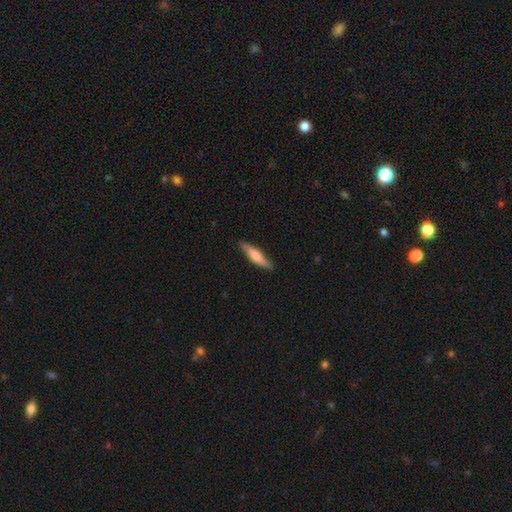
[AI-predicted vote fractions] Overall: smooth (53%; featured or disk 42%). How rounded: cigar-shaped (80%). Merging: none (85%).